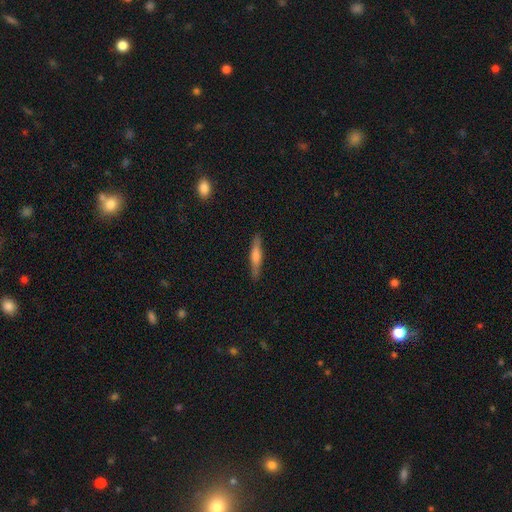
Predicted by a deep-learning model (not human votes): Smooth or featured: featured or disk — 49% (smooth — 45%)
Merging: none — 89% (minor disturbance — 8%)